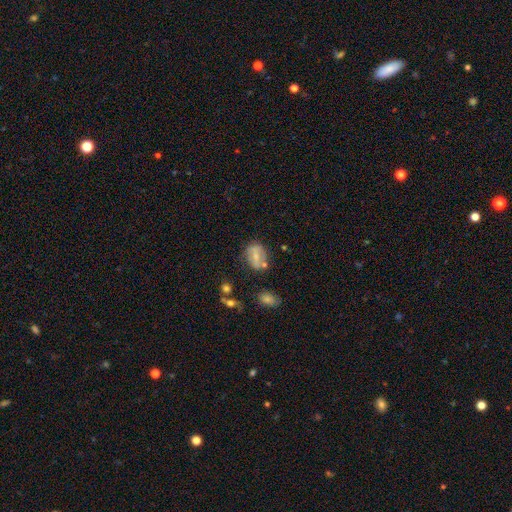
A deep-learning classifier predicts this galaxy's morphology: This appears to be a smooth galaxy with no disk features (53%) that is in between round and cigar-shaped (61%). Merging: none (59%).